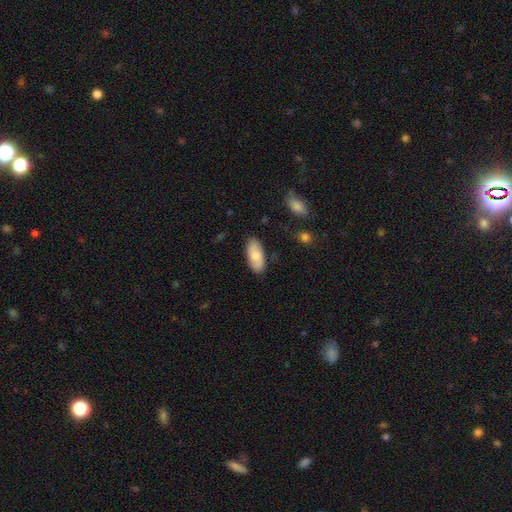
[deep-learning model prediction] smooth 76%, featured or disk 18%, star or artifact 6%. Down the decision tree: how rounded — in between (89%); merging — none (85%).